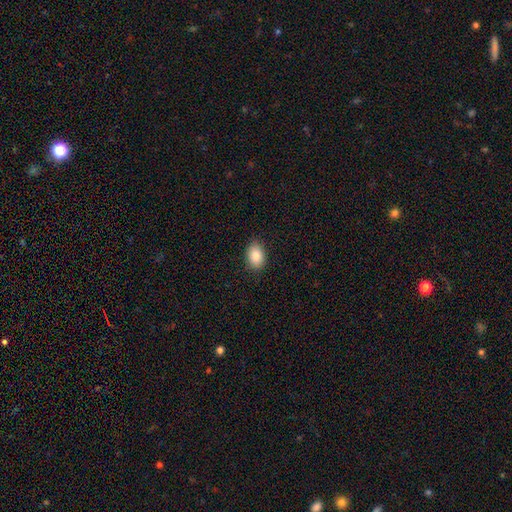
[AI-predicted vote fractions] Q: Smooth or featured?
A: smooth (86%); runner-up: star or artifact (8%)
Q: How rounded?
A: in between (83%); runner-up: round (16%)
Q: Merging?
A: none (88%); runner-up: minor disturbance (9%)